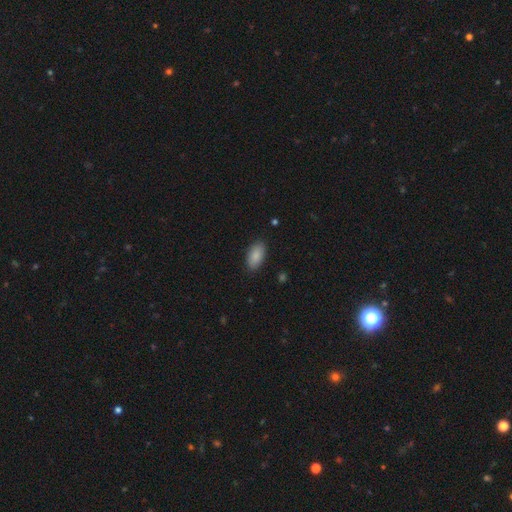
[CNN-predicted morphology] smooth-or-featured: smooth: 88% | star or artifact: 6% | featured or disk: 5%
  how-rounded: in between: 93% | cigar-shaped: 4% | round: 3%
  merging: none: 87% | minor disturbance: 10% | major disturbance: 2% | merger: 1%